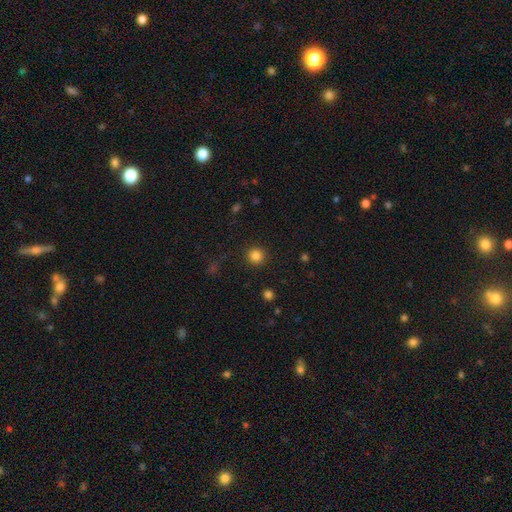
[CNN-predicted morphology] smooth_or_featured: smooth (p=0.84) [alt: star or artifact p=0.12]
how_rounded: round (p=0.94) [alt: in between p=0.05]
merging: none (p=0.91) [alt: minor disturbance p=0.05]